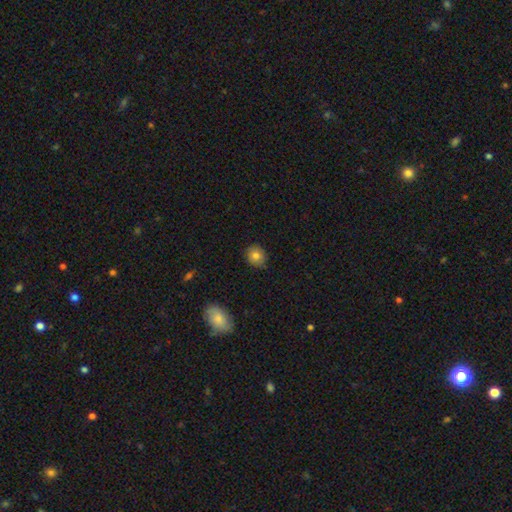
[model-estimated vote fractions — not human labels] Smooth or featured? Predicted: smooth (p=0.81). How rounded? Predicted: round (p=0.81). Merging? Predicted: none (p=0.87).